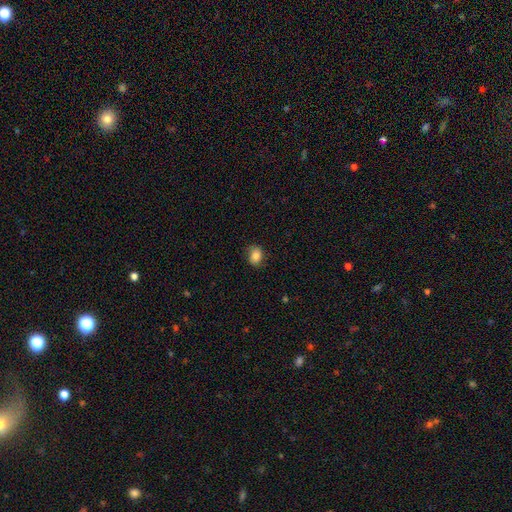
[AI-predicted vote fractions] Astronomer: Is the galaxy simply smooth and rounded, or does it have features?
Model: smooth — 82%.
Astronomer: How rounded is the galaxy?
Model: in between — 57% (runner-up: round, 42%).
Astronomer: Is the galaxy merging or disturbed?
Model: none — 80%.